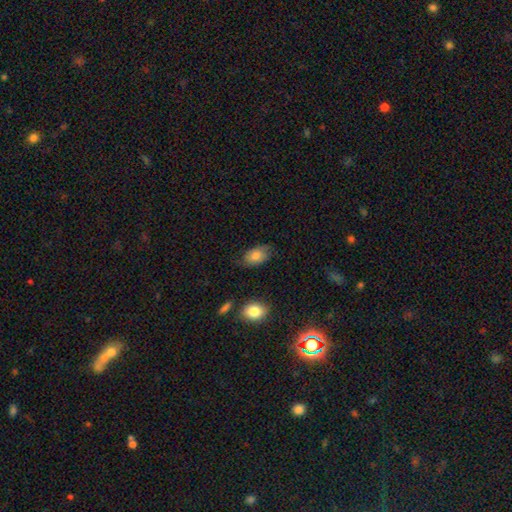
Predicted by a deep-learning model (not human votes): smooth-or-featured: smooth: 77% | featured or disk: 15% | star or artifact: 8%
  how-rounded: in between: 89% | round: 9% | cigar-shaped: 2%
  merging: none: 71% | minor disturbance: 22% | major disturbance: 5% | merger: 2%